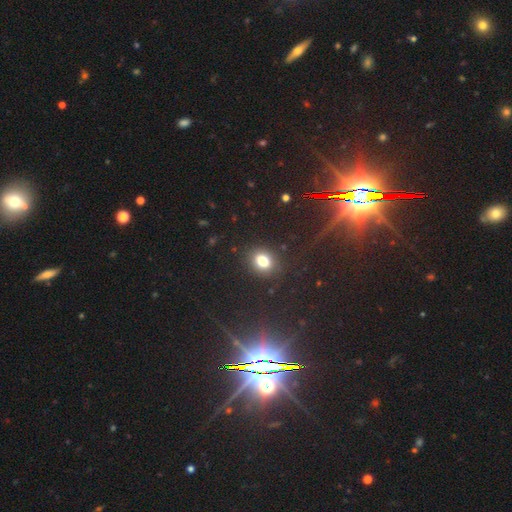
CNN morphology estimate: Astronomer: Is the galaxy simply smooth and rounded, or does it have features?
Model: smooth — 55% (runner-up: star or artifact, 36%).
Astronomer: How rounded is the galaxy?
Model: round — 72%.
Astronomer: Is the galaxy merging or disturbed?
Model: none — 91%.